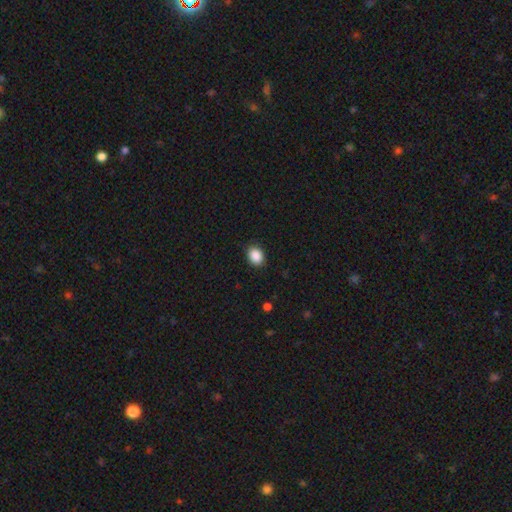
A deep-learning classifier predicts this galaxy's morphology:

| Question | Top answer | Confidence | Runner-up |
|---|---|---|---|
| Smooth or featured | smooth | 89% | star or artifact (8%) |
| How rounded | in between | 62% | round (37%) |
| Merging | none | 88% | minor disturbance (9%) |